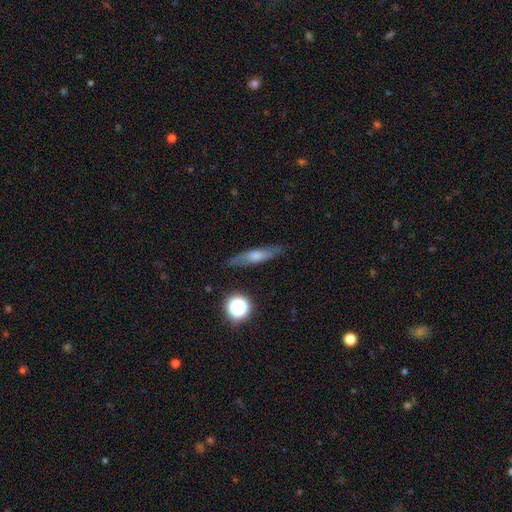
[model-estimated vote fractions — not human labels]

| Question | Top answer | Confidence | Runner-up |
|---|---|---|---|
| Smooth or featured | smooth | 47% | featured or disk (43%) |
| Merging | none | 85% | minor disturbance (11%) |